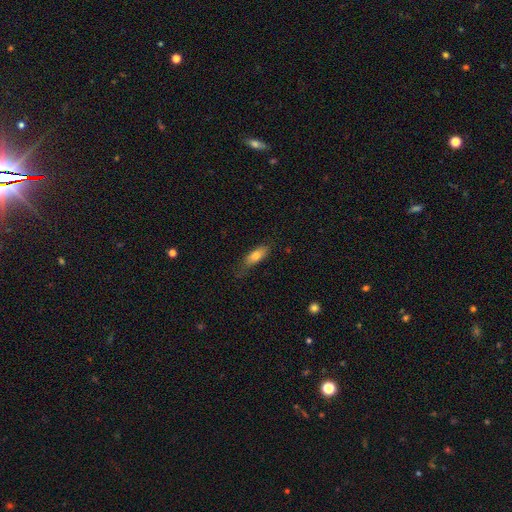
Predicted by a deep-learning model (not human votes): This appears to be a smooth galaxy with no disk features (75%) that is in between round and cigar-shaped (68%). Merging: none (64%).